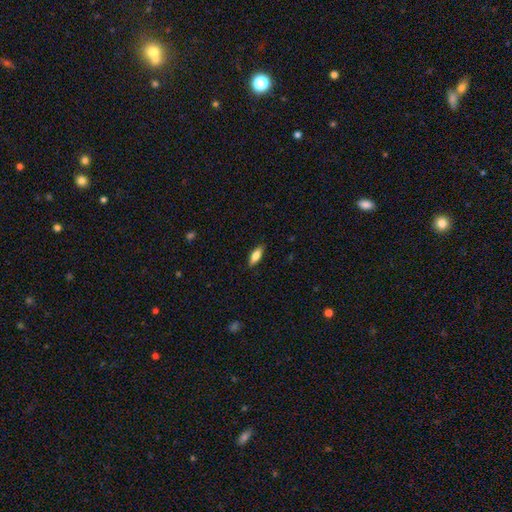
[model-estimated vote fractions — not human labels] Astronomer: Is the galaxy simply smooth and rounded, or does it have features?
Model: smooth — 77%.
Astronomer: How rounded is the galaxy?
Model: in between — 70%.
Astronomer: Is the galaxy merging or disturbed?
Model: none — 87%.